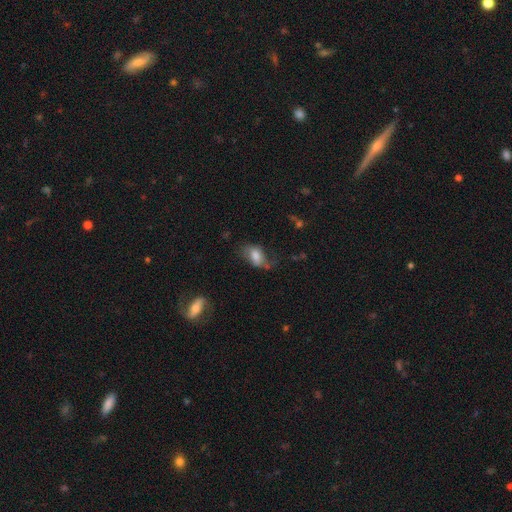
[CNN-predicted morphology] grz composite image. It shows a smooth galaxy with no disk features (66%) that is in between round and cigar-shaped (87%). Merging: none (43%).